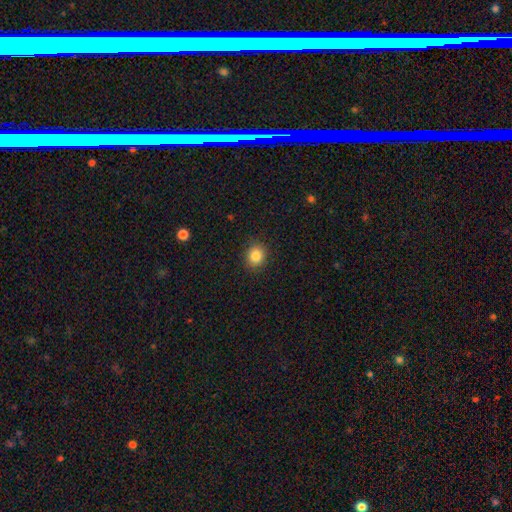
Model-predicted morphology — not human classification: Overall: smooth (84%). How rounded: round (72%). Merging: none (89%).